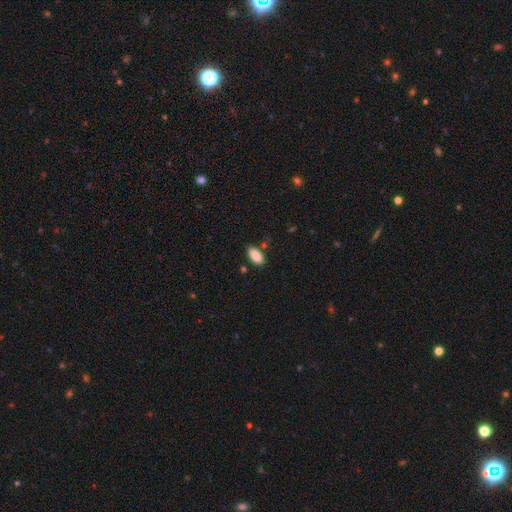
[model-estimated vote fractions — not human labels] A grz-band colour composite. It shows a smooth galaxy with no disk features (89%) that is in between round and cigar-shaped (92%). Merging: none (80%).